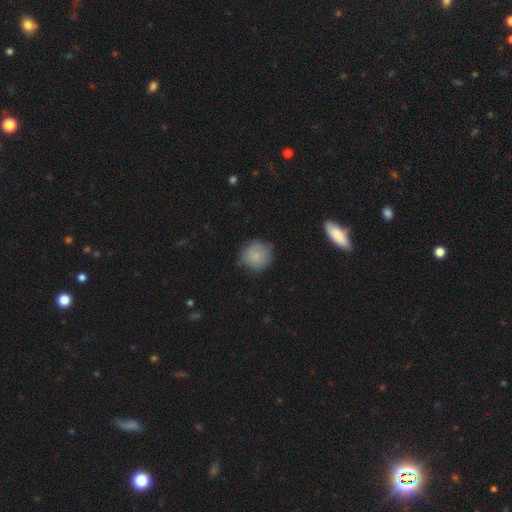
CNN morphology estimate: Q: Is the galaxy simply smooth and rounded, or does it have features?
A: smooth — 80%.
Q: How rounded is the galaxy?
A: round — 90%.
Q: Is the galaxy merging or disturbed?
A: none — 74%.